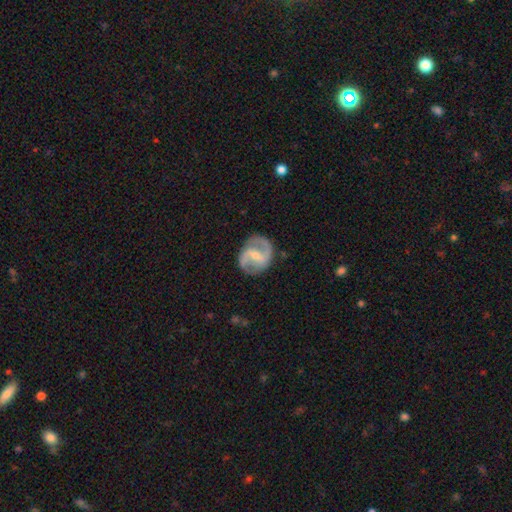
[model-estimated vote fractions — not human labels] A featured or disk galaxy (87%) with a weak bar (45%), 2 (92%) medium (53%) spiral arms (95%) and a small central bulge (62%).

Vote fractions:
- Smooth or featured? featured or disk: 87% / smooth: 9% / star or artifact: 4%
- Edge-on disk? no: 98% / yes: 2%
- Bar? weak: 45% / strong: 39% / no: 16%
- Spiral arms? yes: 95% / no: 5%
- Spiral winding? medium: 53% / loose: 31% / tight: 16%
- Spiral arm count? 2: 92% / can't tell: 3% / 1: 2% / 3: 1% / 4: 1% / more than 4: 1%
- Bulge size? small: 62% / moderate: 32% / none: 4% / large: 1% / dominant: 1%
- Merging? none: 83% / minor disturbance: 12% / major disturbance: 4% / merger: 1%